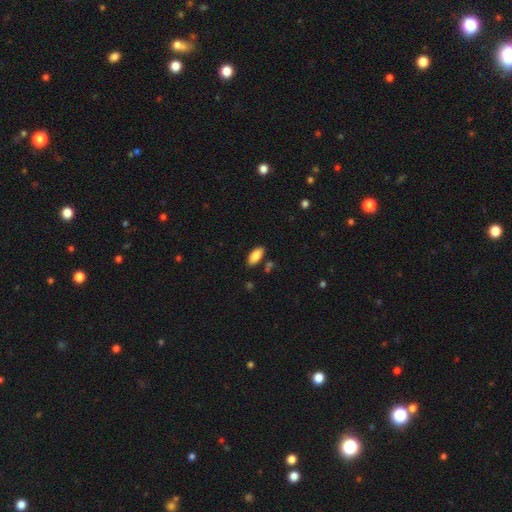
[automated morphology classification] smooth 87%, star or artifact 7%, featured or disk 6%. Down the decision tree: how rounded — in between (89%); merging — none (84%).